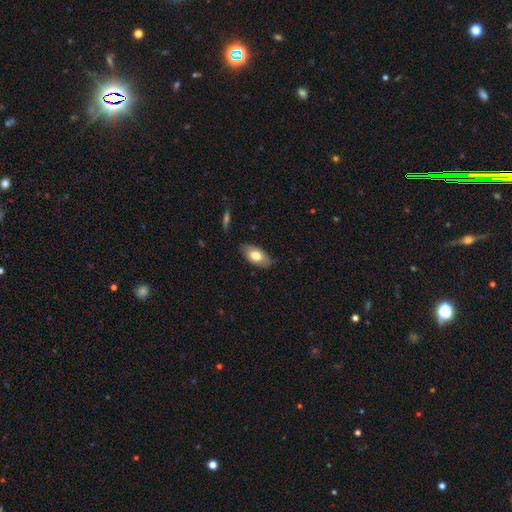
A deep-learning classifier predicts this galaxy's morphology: Overall: smooth (73%). How rounded: in between (92%). Merging: none (79%).